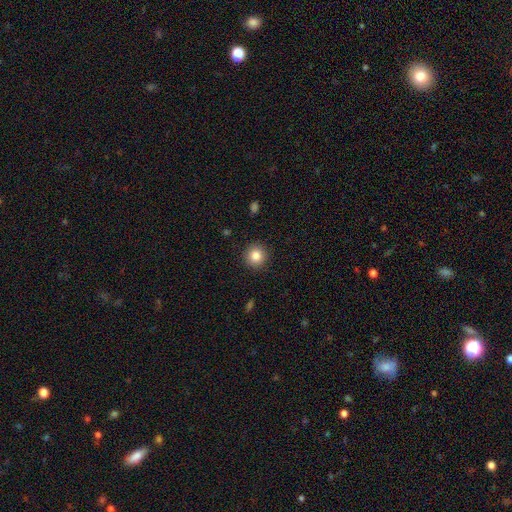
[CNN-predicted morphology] Smooth or featured? Predicted: smooth (p=0.85). How rounded? Predicted: round (p=0.94). Merging? Predicted: none (p=0.91).